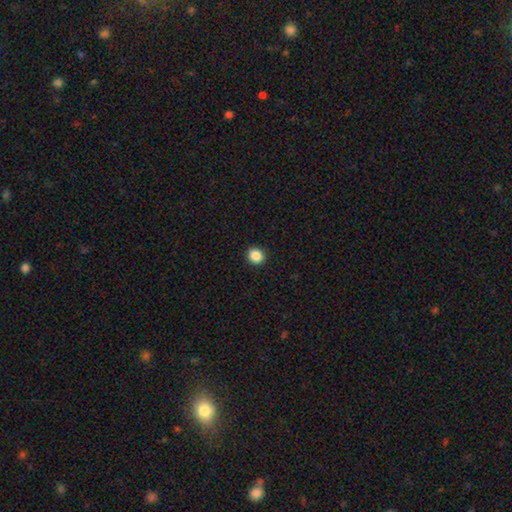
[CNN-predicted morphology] A smooth galaxy with no disk features (87%) that is round (79%).

Vote fractions:
- Smooth or featured? smooth: 87% / star or artifact: 10% / featured or disk: 3%
- How rounded? round: 79% / in between: 20% / cigar-shaped: 1%
- Merging? none: 92% / minor disturbance: 5% / major disturbance: 2% / merger: 1%